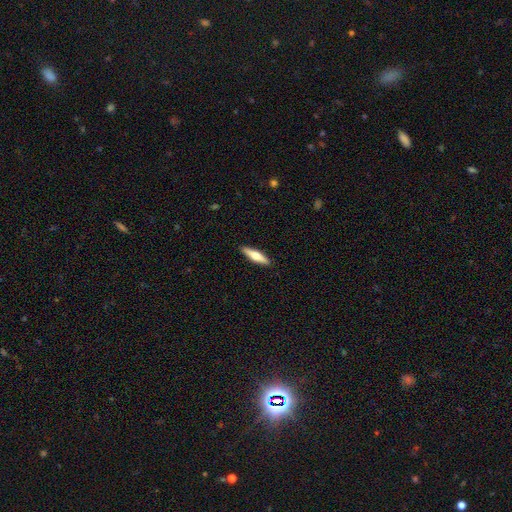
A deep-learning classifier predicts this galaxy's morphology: This is possibly a smooth galaxy (50%). How rounded: likely cigar-shaped (73%). Merging: clearly none (91%).